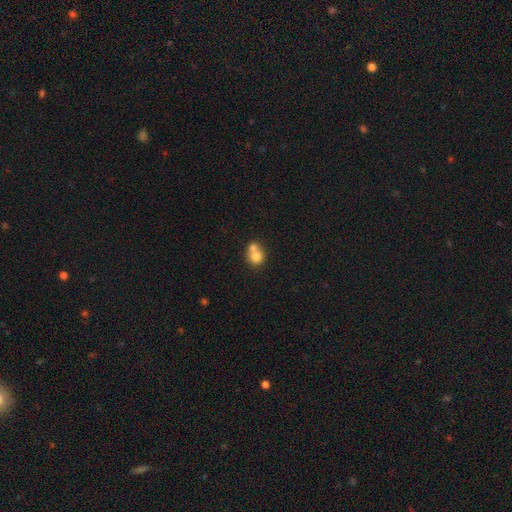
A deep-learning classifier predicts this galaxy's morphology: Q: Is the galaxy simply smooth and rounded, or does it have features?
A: smooth — 74%.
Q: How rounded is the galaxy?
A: round — 76%.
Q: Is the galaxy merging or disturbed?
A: merger — 63%.